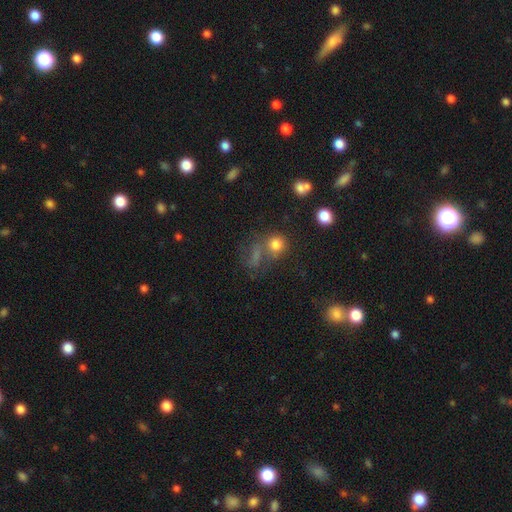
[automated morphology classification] Q: Smooth or featured?
A: smooth (53%); runner-up: star or artifact (33%)
Q: How rounded?
A: round (68%); runner-up: in between (29%)
Q: Merging?
A: none (50%); runner-up: merger (23%)